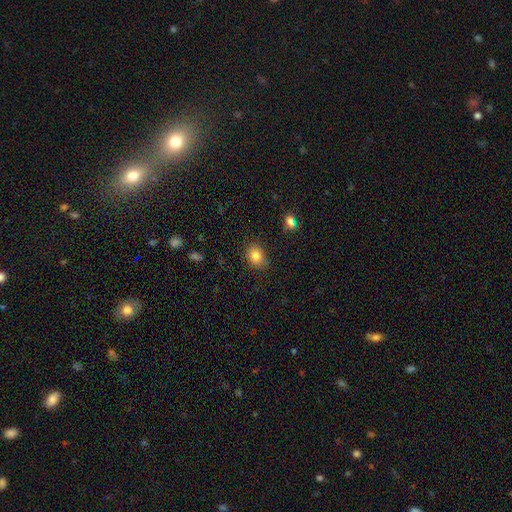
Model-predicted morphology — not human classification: This is clearly a smooth galaxy (84%). How rounded: possibly round (53%). Merging: clearly none (81%).